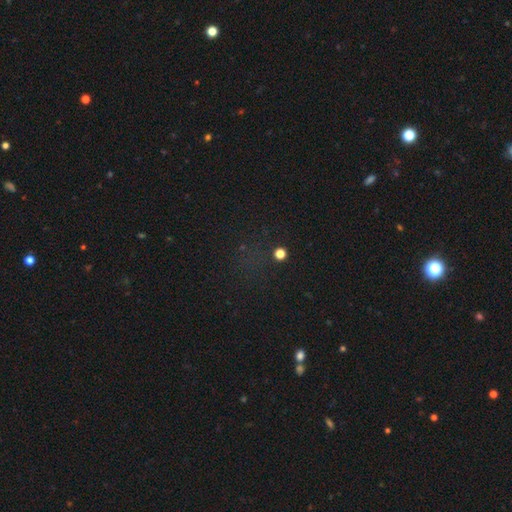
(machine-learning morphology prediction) Q: Smooth or featured?
A: star or artifact (65%); runner-up: smooth (26%)